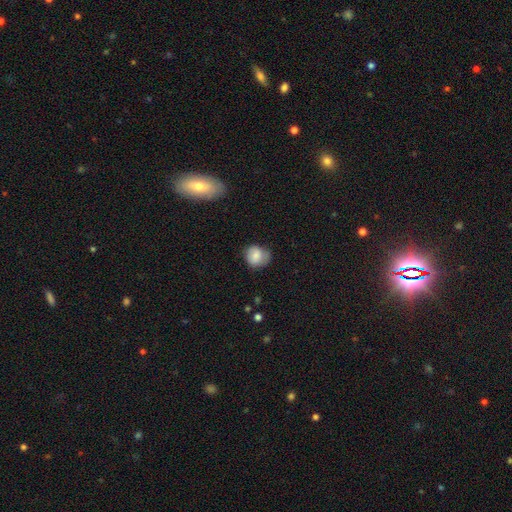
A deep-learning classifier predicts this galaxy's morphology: Q: Smooth or featured?
A: smooth (79%); runner-up: featured or disk (13%)
Q: How rounded?
A: round (76%); runner-up: in between (23%)
Q: Merging?
A: none (61%); runner-up: minor disturbance (28%)